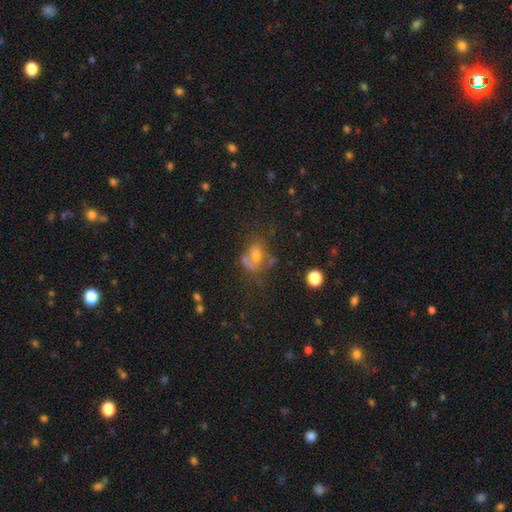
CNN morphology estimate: This is marginally a smooth galaxy (40%). Merging: marginally none (35%).